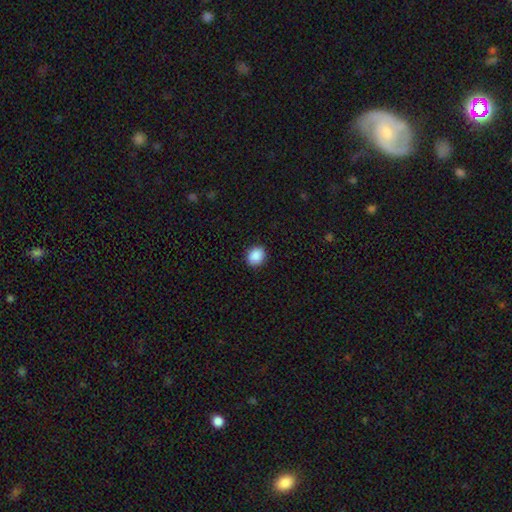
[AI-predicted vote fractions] The model was most divided on "how rounded": round: 64%, in between: 35%, cigar-shaped: 1%. More confident: merging — none (90%); smooth or featured — smooth (89%).